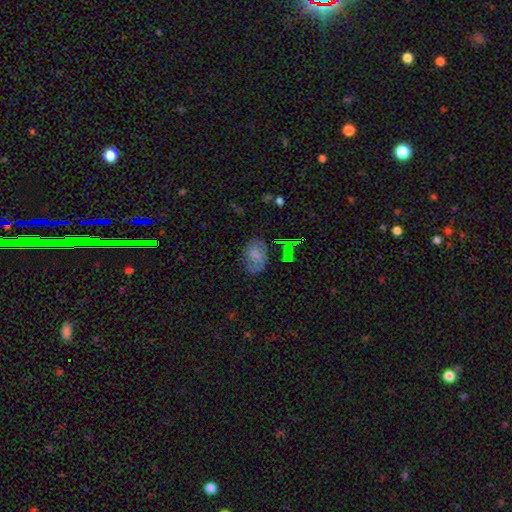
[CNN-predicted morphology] Smooth or featured? smooth (59%)
How rounded? in between (76%)
Merging? none (64%)